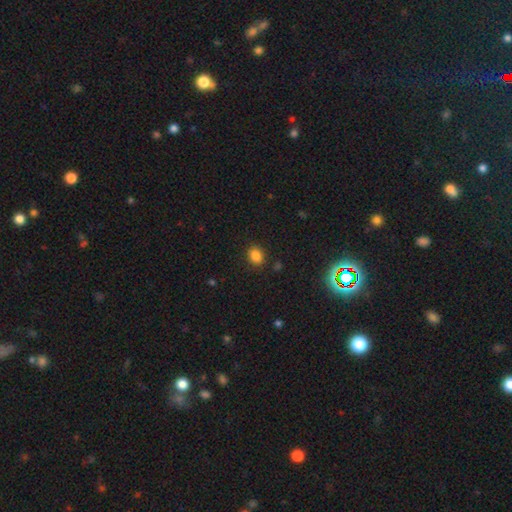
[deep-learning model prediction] smooth-or-featured: smooth: 85% | star or artifact: 12% | featured or disk: 4%
  how-rounded: in between: 54% | round: 45% | cigar-shaped: 1%
  merging: none: 87% | minor disturbance: 9% | major disturbance: 3% | merger: 1%